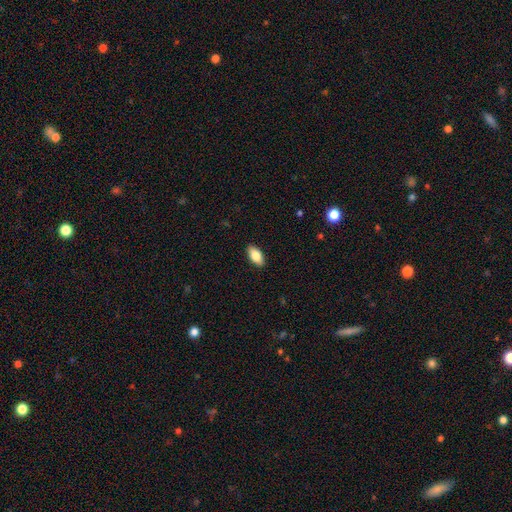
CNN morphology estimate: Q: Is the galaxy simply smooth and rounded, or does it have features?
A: smooth — 82%.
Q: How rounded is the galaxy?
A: in between — 91%.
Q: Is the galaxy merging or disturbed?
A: none — 89%.